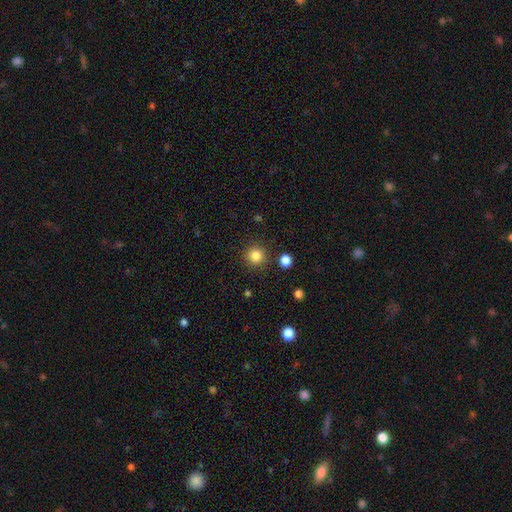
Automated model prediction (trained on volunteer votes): smooth_or_featured: smooth (p=0.84) [alt: star or artifact p=0.11]
how_rounded: round (p=0.94) [alt: in between p=0.05]
merging: none (p=0.89) [alt: minor disturbance p=0.06]